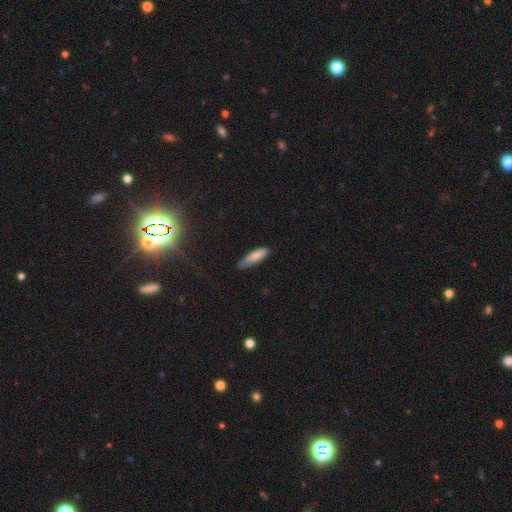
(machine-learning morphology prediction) Smooth or featured? smooth (81%)
How rounded? cigar-shaped (65%)
Merging? none (73%)